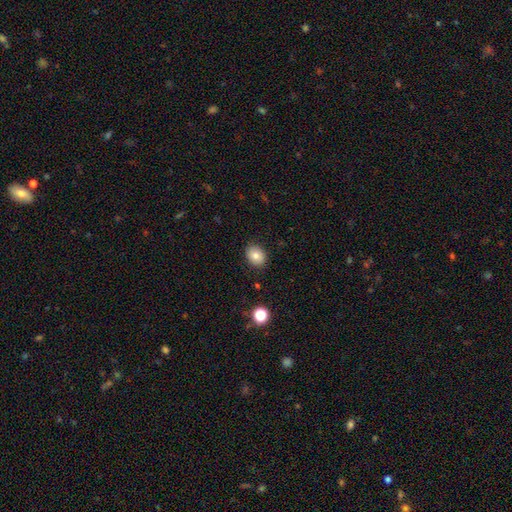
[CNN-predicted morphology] Smooth or featured? Predicted: smooth (p=0.80). How rounded? Predicted: in between (p=0.55). Merging? Predicted: none (p=0.88).